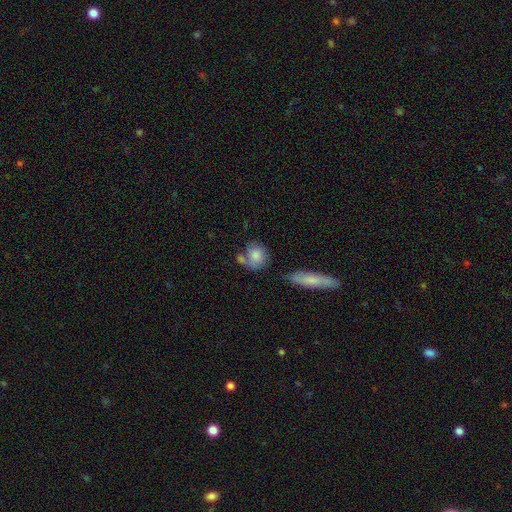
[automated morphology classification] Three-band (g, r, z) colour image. It shows a smooth galaxy with no disk features (78%) that is round (65%). Merging: none (48%).